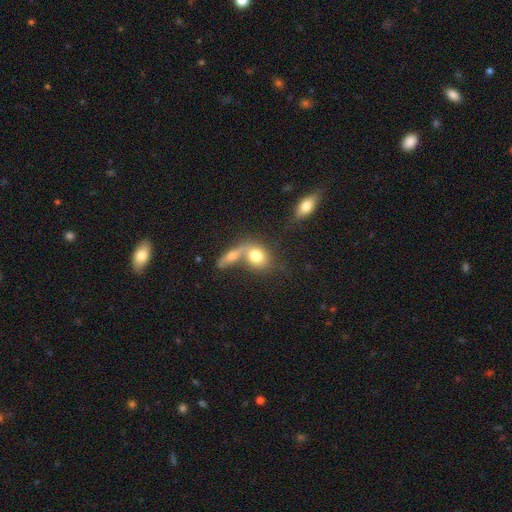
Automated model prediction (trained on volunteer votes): smooth_or_featured: smooth (p=0.72) [alt: featured or disk p=0.20]
how_rounded: round (p=0.48) [alt: in between p=0.47]
merging: merger (p=0.56) [alt: none p=0.30]